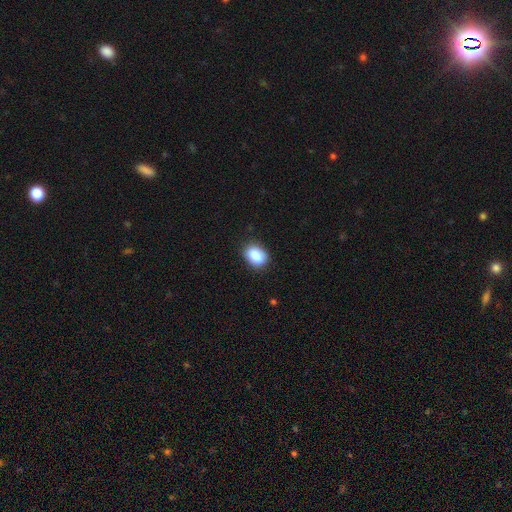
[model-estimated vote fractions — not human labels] The model was most divided on "how rounded": in between: 75%, round: 24%, cigar-shaped: 1%. More confident: smooth or featured — smooth (88%); merging — none (85%).